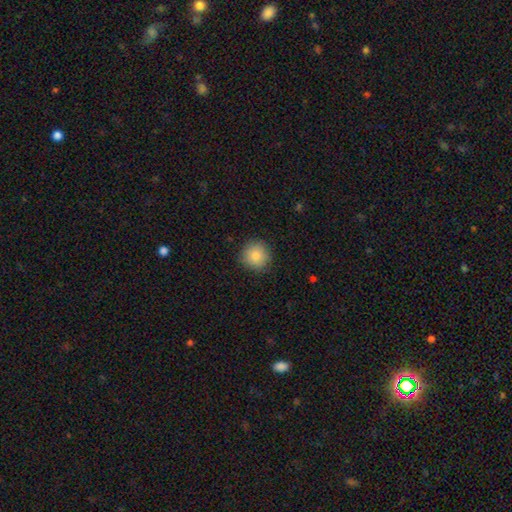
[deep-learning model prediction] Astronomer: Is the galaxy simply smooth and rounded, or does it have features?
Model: smooth — 84%.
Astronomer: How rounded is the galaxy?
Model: round — 94%.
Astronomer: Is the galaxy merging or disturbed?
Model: none — 89%.